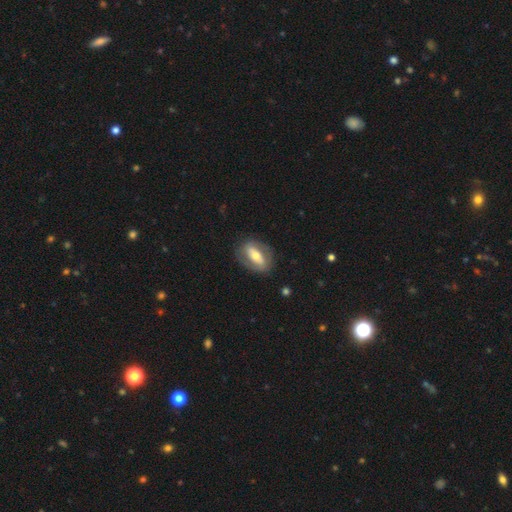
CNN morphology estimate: Smooth or featured? Predicted: featured or disk (p=0.57). Edge-on disk? Predicted: no (p=0.87). Merging? Predicted: none (p=0.78).